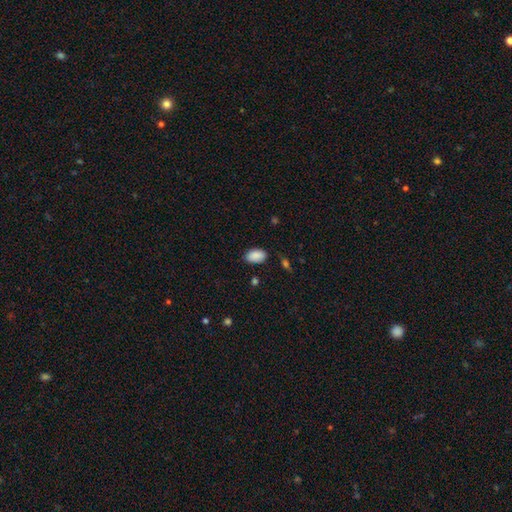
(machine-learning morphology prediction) This is clearly a smooth galaxy (89%). How rounded: clearly in between (92%). Merging: clearly none (80%).